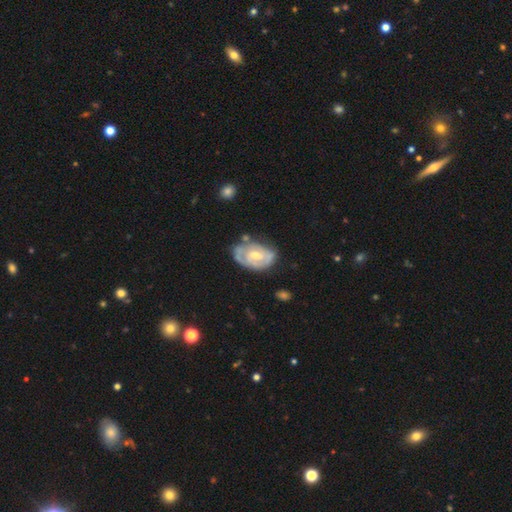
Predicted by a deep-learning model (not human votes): smooth_or_featured: featured or disk (p=0.72) [alt: smooth p=0.23]
disk_edge_on: no (p=0.96) [alt: yes p=0.04]
bar: no (p=0.51) [alt: weak p=0.41]
has_spiral_arms: yes (p=0.75) [alt: no p=0.25]
spiral_winding: tight (p=0.61) [alt: medium p=0.29]
spiral_arm_count: can't tell (p=0.37) [alt: 2 p=0.36]
bulge_size: moderate (p=0.62) [alt: small p=0.28]
merging: none (p=0.54) [alt: minor disturbance p=0.30]